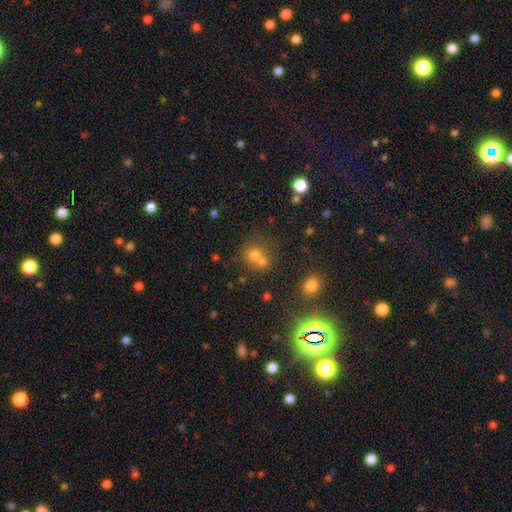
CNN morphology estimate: Smooth or featured: smooth — 60% (star or artifact — 27%)
How rounded: round — 84% (in between — 15%)
Merging: none — 46% (merger — 43%)